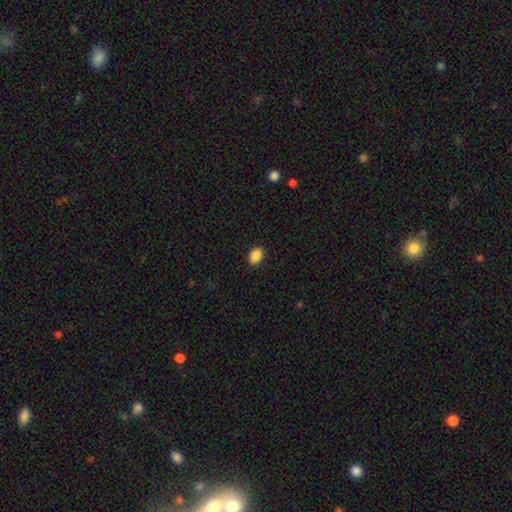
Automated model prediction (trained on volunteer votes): This is clearly a smooth galaxy (89%). How rounded: likely in between (80%). Merging: clearly none (90%).